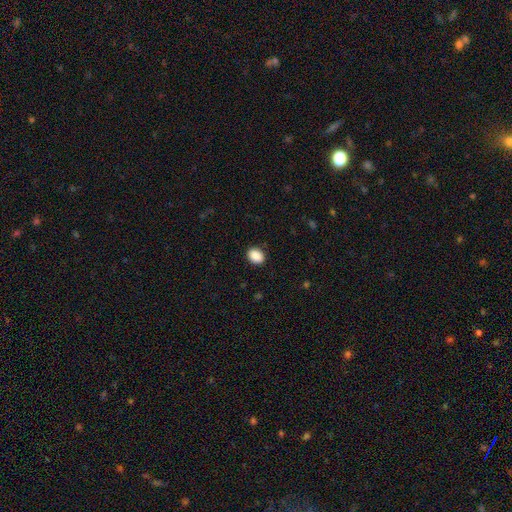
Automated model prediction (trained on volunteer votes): Smooth or featured? smooth (90%)
How rounded? in between (65%)
Merging? none (90%)